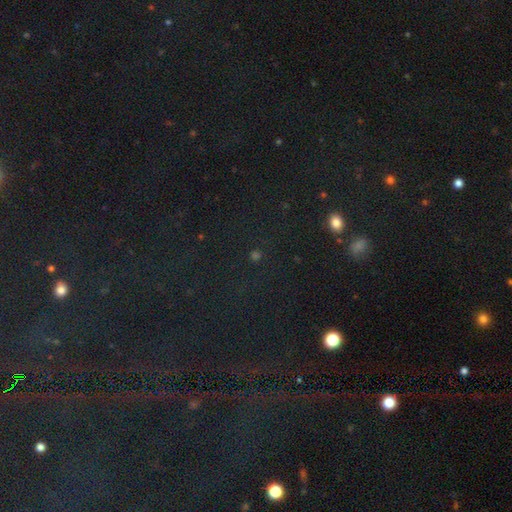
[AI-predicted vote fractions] A star or artifact, not a galaxy (64%).

Vote fractions:
- Smooth or featured? star or artifact: 64% / smooth: 28% / featured or disk: 8%